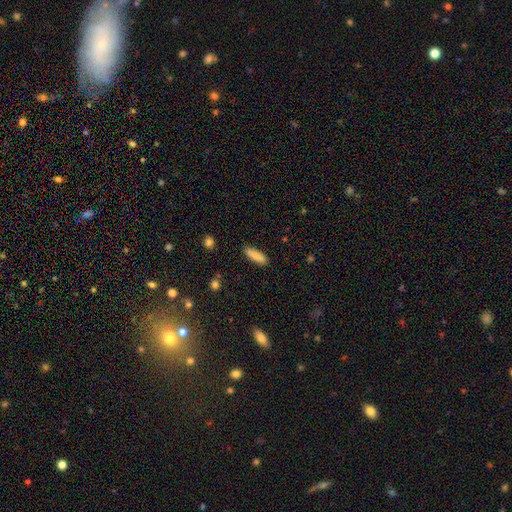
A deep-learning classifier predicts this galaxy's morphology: This appears to be a smooth galaxy with no disk features (87%) that is cigar-shaped (58%). Merging: none (88%).